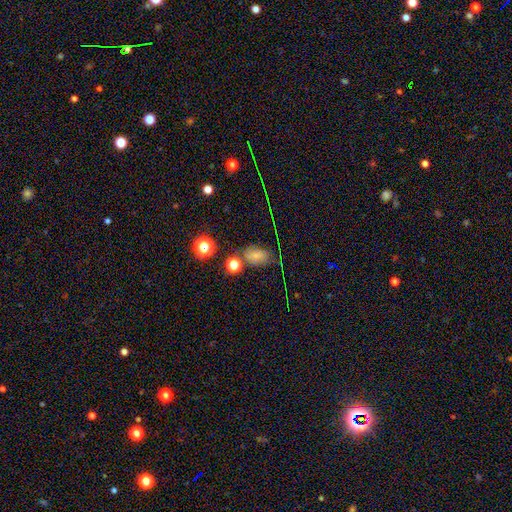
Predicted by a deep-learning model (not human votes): Morphology: type=smooth (65%); roundness=in between (78%); merging=none (68%).